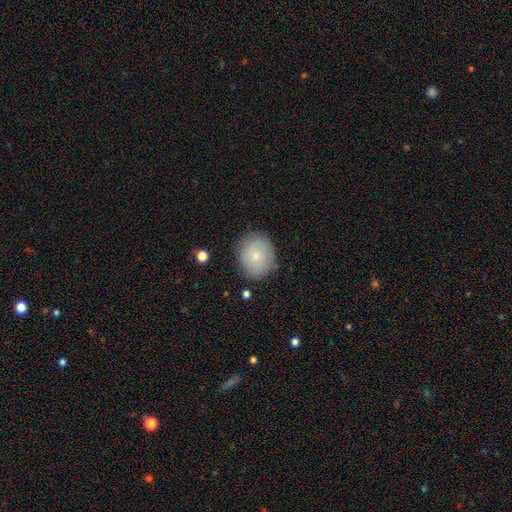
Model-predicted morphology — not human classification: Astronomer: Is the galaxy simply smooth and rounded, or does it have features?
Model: smooth — 76%.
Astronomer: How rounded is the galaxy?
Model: round — 71%.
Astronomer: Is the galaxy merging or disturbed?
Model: none — 78%.